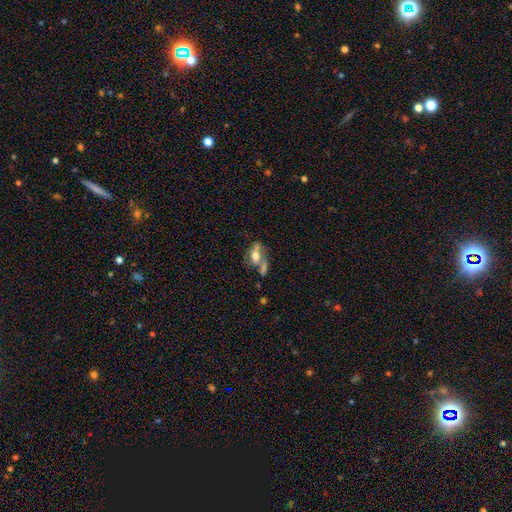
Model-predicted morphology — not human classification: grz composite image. It shows a smooth galaxy with no disk features (50%) that is in between round and cigar-shaped (75%). Merging: merger (35%).